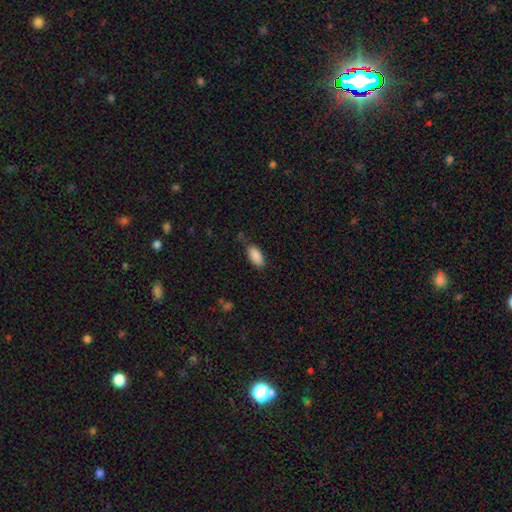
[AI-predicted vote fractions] A smooth galaxy with no disk features (89%) that is in between round and cigar-shaped (90%).

Vote fractions:
- Smooth or featured? smooth: 89% / star or artifact: 7% / featured or disk: 4%
- How rounded? in between: 90% / cigar-shaped: 7% / round: 2%
- Merging? none: 72% / minor disturbance: 20% / major disturbance: 5% / merger: 3%